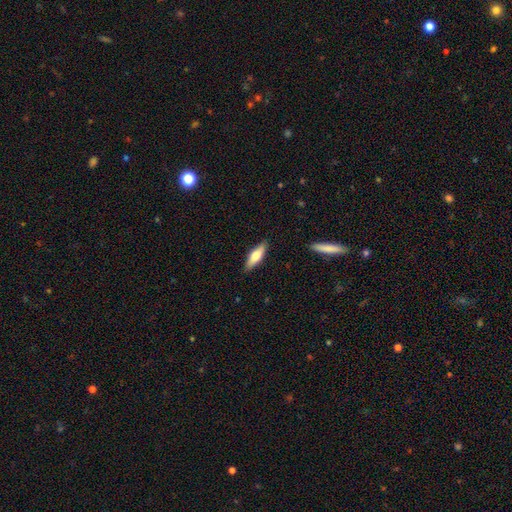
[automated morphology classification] Smooth or featured?
  - smooth: 62% *
  - featured or disk: 32%
  - star or artifact: 6%
How rounded?
  - cigar-shaped: 51% *
  - in between: 47%
  - round: 2%
Merging?
  - none: 88% *
  - minor disturbance: 9%
  - major disturbance: 2%
  - merger: 1%